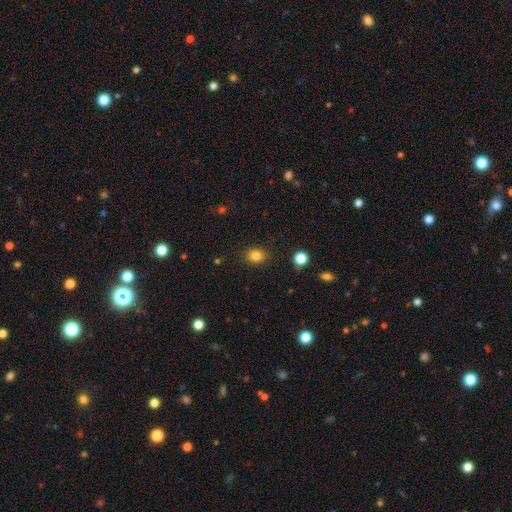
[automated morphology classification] The model was most divided on "how rounded": round: 60%, in between: 39%, cigar-shaped: 1%. More confident: merging — none (87%); smooth or featured — smooth (83%).